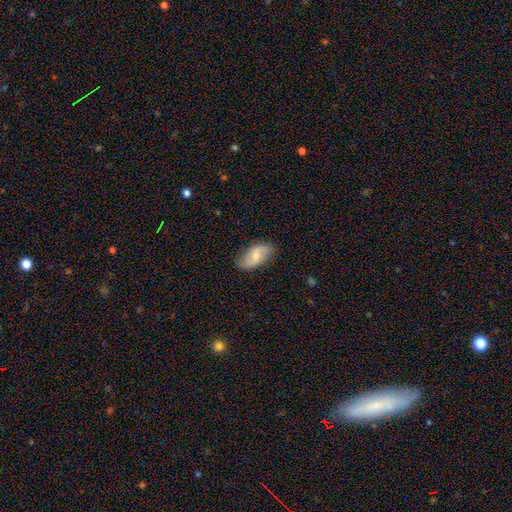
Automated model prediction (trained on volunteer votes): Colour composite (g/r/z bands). It shows a smooth galaxy with no disk features (48%). Merging: none (79%).